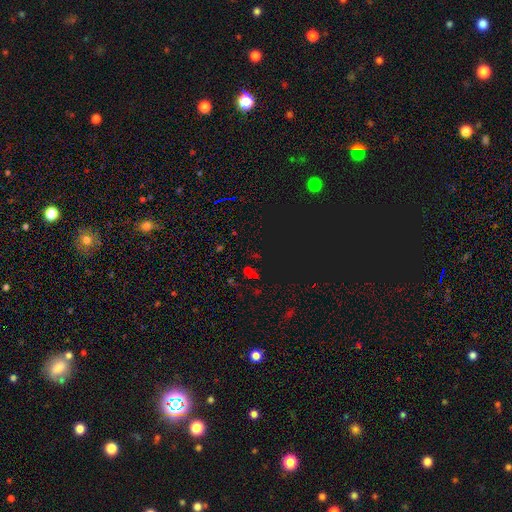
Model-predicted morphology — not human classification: A star or artifact, not a galaxy (65%).

Vote fractions:
- Smooth or featured? star or artifact: 65% / smooth: 25% / featured or disk: 10%